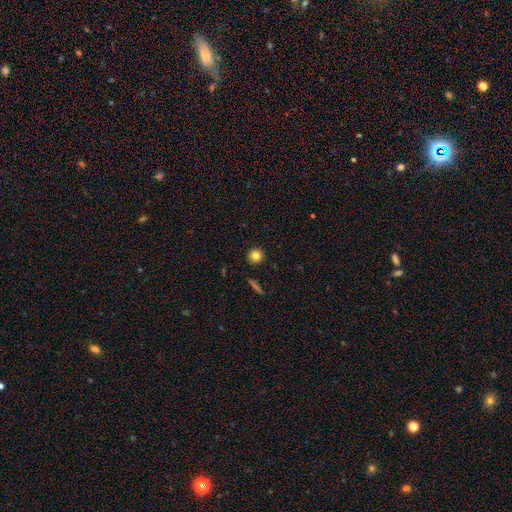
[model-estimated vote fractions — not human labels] A smooth galaxy with no disk features (82%) that is round (94%).

Vote fractions:
- Smooth or featured? smooth: 82% / star or artifact: 11% / featured or disk: 7%
- How rounded? round: 94% / in between: 5% / cigar-shaped: 1%
- Merging? none: 92% / minor disturbance: 5% / major disturbance: 2% / merger: 1%